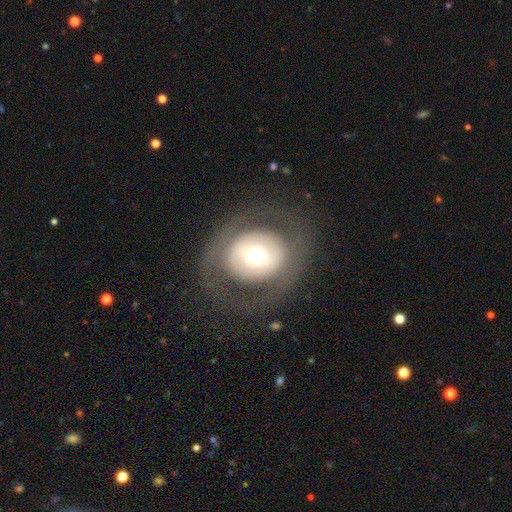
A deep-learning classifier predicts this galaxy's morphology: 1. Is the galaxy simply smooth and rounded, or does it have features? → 50% featured or disk, 42% smooth, 8% star or artifact.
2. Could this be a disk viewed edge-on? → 94% no, 6% yes.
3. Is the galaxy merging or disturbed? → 74% none, 14% major disturbance, 11% minor disturbance, 1% merger.